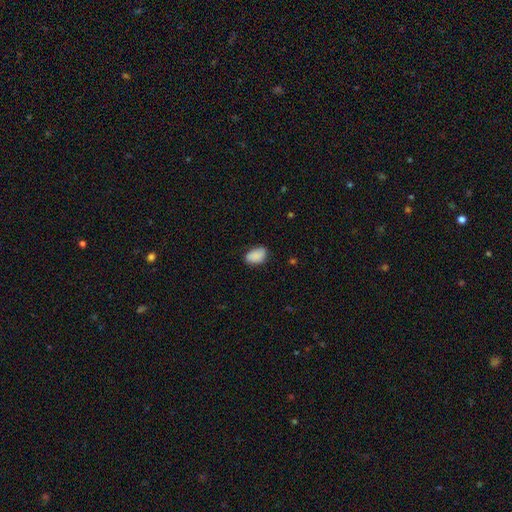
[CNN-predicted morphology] Smooth or featured? Predicted: smooth (p=0.87). How rounded? Predicted: in between (p=0.88). Merging? Predicted: none (p=0.71).